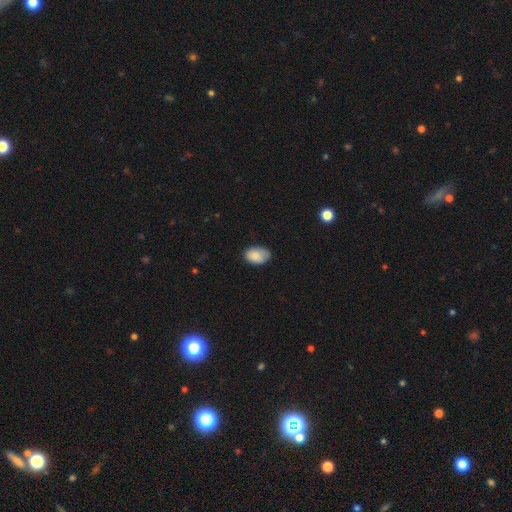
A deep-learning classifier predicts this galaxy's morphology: smooth-or-featured: smooth: 86% | star or artifact: 7% | featured or disk: 7%
  how-rounded: in between: 87% | round: 12% | cigar-shaped: 1%
  merging: none: 70% | minor disturbance: 25% | major disturbance: 4% | merger: 1%